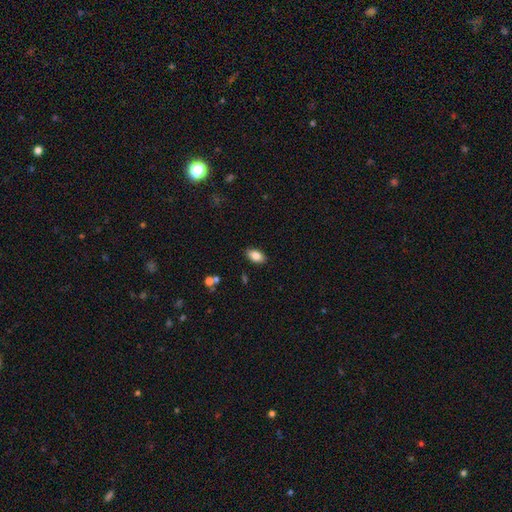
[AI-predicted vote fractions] Q: Smooth or featured?
A: smooth (82%); runner-up: featured or disk (10%)
Q: How rounded?
A: in between (91%); runner-up: round (5%)
Q: Merging?
A: none (88%); runner-up: minor disturbance (9%)